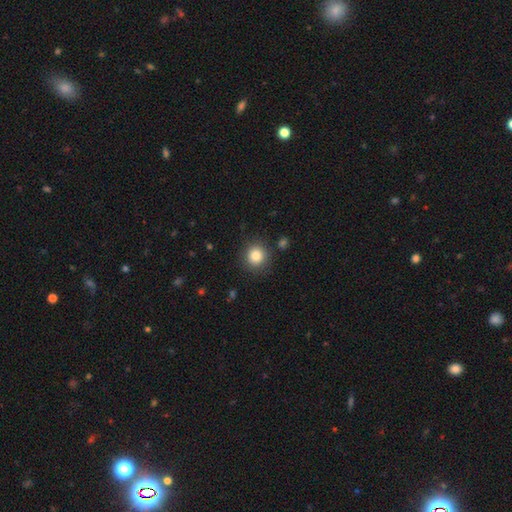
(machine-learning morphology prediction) Smooth or featured? smooth (83%)
How rounded? round (90%)
Merging? none (86%)